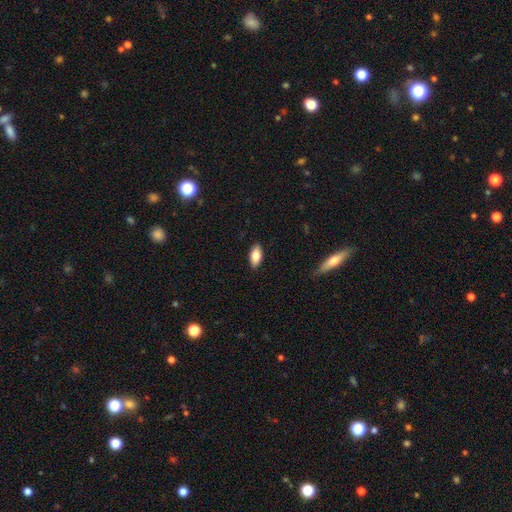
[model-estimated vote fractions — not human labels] This is likely a smooth galaxy (79%). How rounded: clearly in between (90%). Merging: clearly none (88%).